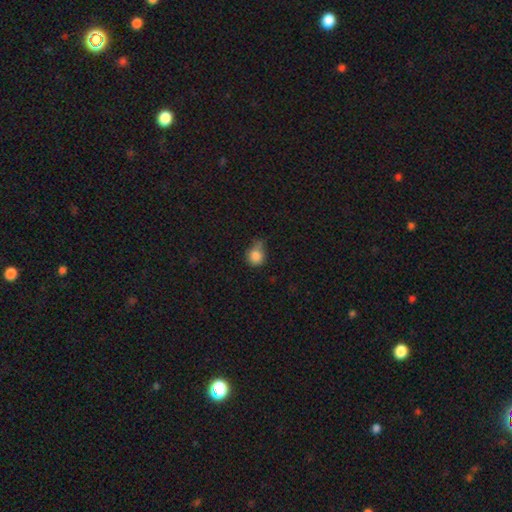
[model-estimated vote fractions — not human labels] smooth_or_featured: smooth (p=0.84) [alt: star or artifact p=0.11]
how_rounded: round (p=0.78) [alt: in between p=0.21]
merging: none (p=0.44) [alt: minor disturbance p=0.40]